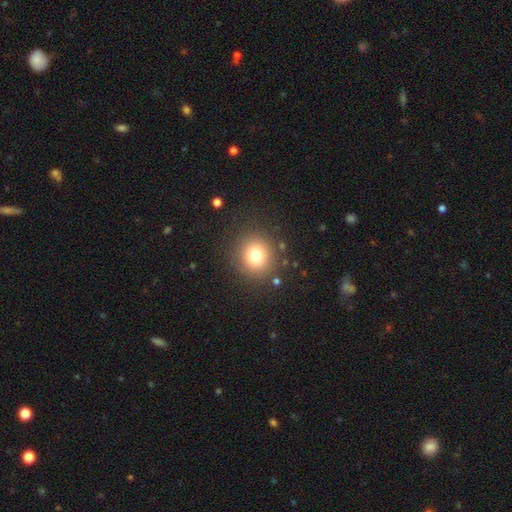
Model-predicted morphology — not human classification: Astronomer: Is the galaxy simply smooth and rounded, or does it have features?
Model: smooth — 77%.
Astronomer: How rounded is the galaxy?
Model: round — 88%.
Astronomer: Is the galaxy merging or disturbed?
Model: none — 86%.